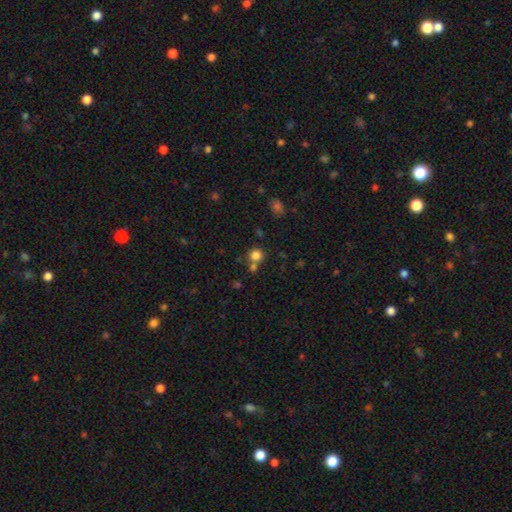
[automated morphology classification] smooth-or-featured: smooth: 80% | star or artifact: 14% | featured or disk: 6%
  how-rounded: round: 89% | in between: 10% | cigar-shaped: 1%
  merging: none: 62% | merger: 26% | minor disturbance: 8% | major disturbance: 4%